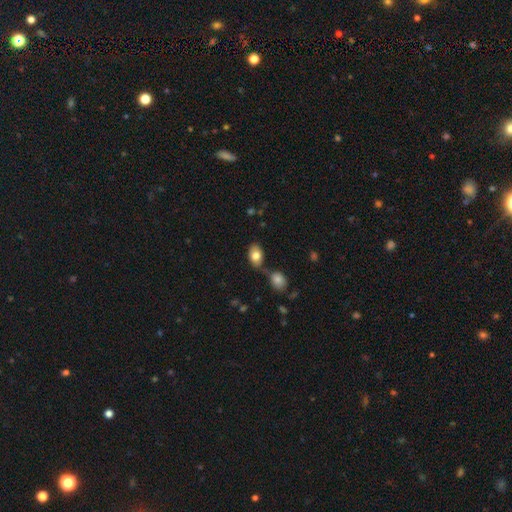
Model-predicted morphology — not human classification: Overall: smooth (81%). How rounded: in between (87%). Merging: none (59%; merger 22%).